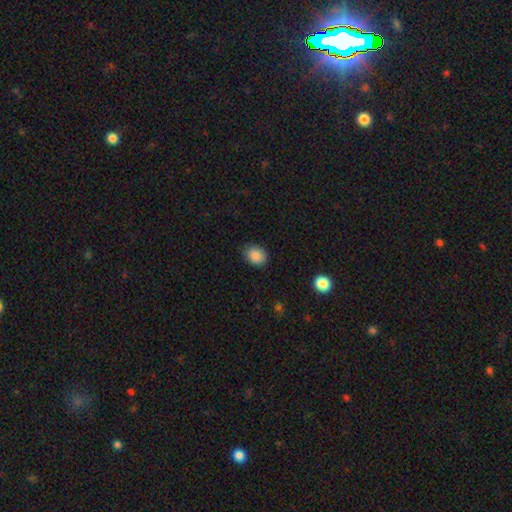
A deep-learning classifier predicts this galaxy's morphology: smooth_or_featured: smooth (p=0.88) [alt: star or artifact p=0.09]
how_rounded: in between (p=0.53) [alt: round p=0.46]
merging: none (p=0.83) [alt: minor disturbance p=0.14]